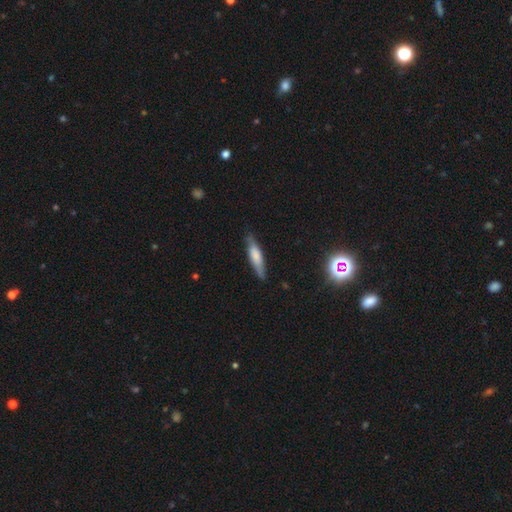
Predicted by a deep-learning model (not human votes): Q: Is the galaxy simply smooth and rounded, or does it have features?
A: smooth — 62%.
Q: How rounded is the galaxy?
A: cigar-shaped — 75%.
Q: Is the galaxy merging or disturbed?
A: none — 79%.